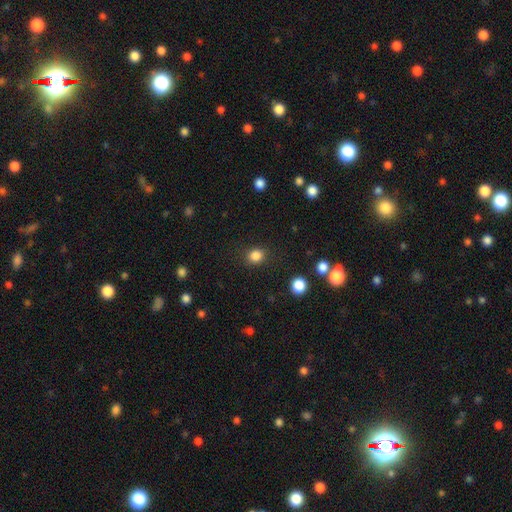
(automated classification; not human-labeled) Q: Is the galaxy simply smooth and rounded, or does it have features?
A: smooth — 84%.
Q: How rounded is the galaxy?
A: round — 72%.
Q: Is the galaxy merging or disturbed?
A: none — 86%.